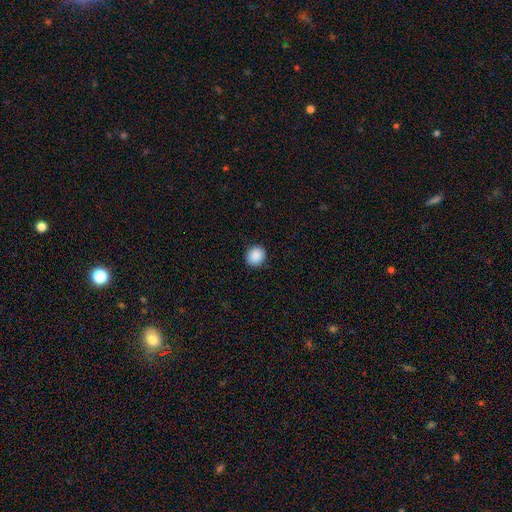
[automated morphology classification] type=smooth (90%); roundness=round (75%); merging=none (89%).